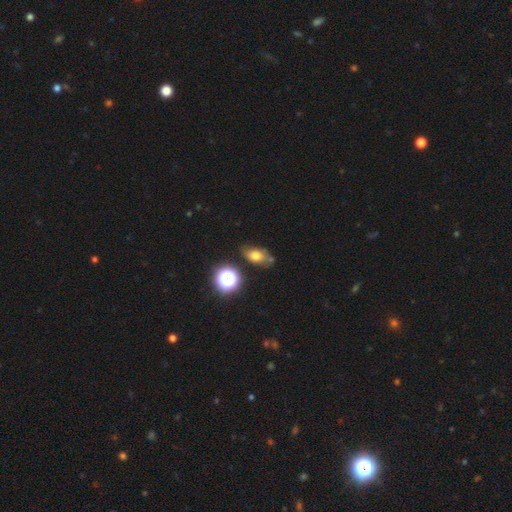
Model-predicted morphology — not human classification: The model was most divided on "merging": none: 59%, minor disturbance: 24%, merger: 9%, major disturbance: 8%. More confident: how rounded — in between (77%); smooth or featured — smooth (65%).